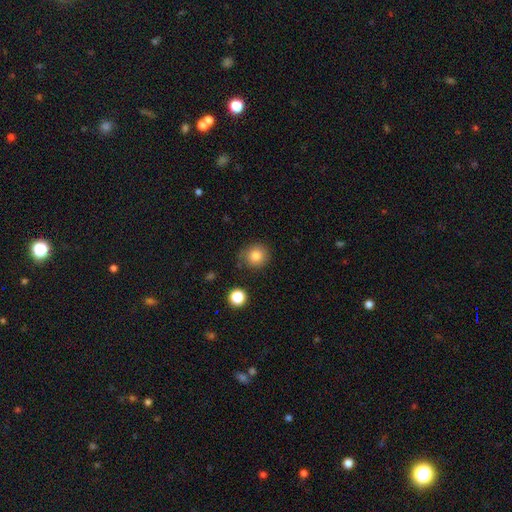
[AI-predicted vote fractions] This appears to be a smooth galaxy with no disk features (83%) that is round (87%). Merging: none (76%).